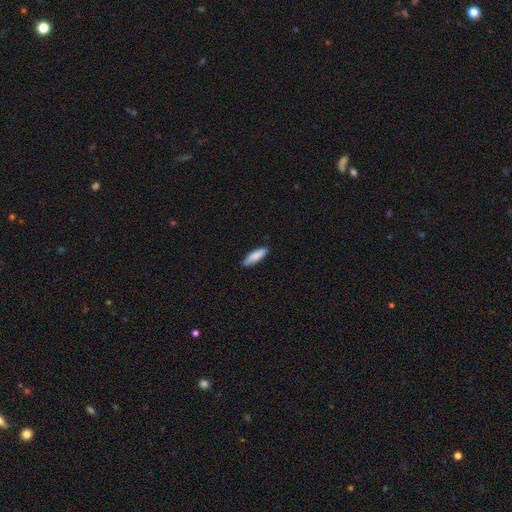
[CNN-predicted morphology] A smooth galaxy with no disk features (85%) that is cigar-shaped (61%). Merging: none (86%).